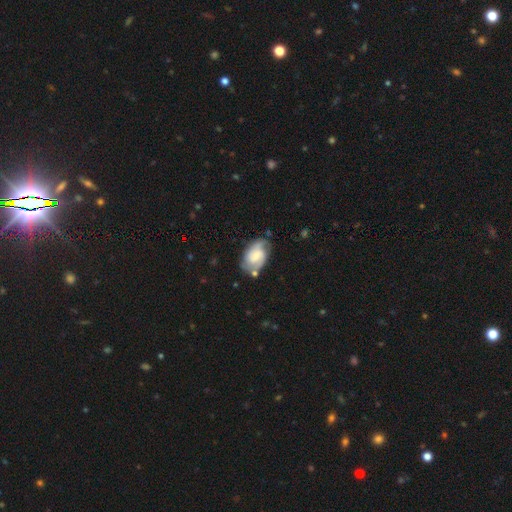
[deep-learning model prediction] Morphology: type=featured or disk (64%); edge-on=no (96%); bar=no (49%); spiral arms=yes (91%); winding=medium (47%); arm count=2 (74%); bulge=small (44%); merging=none (62%).